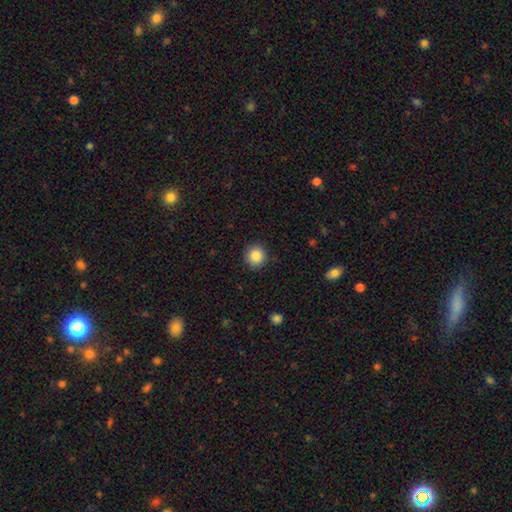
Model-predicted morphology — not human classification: The model was most divided on "smooth or featured": smooth: 87%, star or artifact: 9%, featured or disk: 4%. More confident: how rounded — round (93%); merging — none (91%).